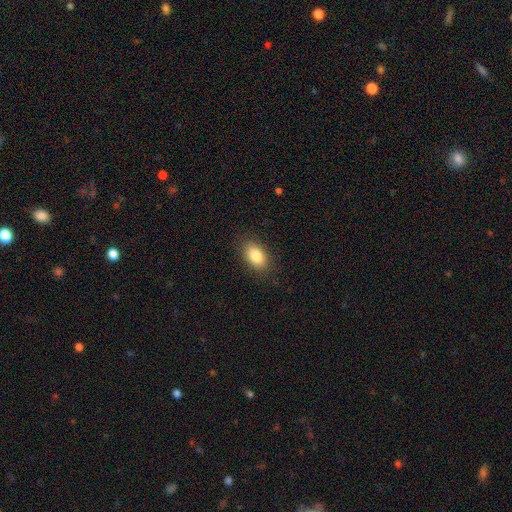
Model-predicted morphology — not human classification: Smooth or featured: smooth — 84% (featured or disk — 8%)
How rounded: in between — 89% (round — 9%)
Merging: none — 87% (minor disturbance — 10%)